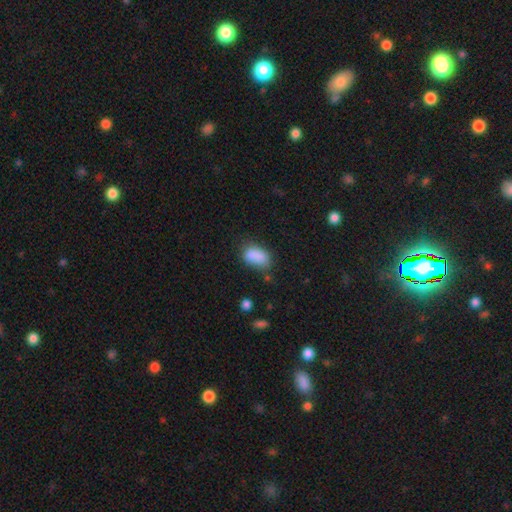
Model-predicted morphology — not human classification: A smooth galaxy with no disk features (85%) that is in between round and cigar-shaped (90%).

Vote fractions:
- Smooth or featured? smooth: 85% / star or artifact: 9% / featured or disk: 6%
- How rounded? in between: 90% / round: 7% / cigar-shaped: 2%
- Merging? none: 60% / minor disturbance: 27% / major disturbance: 8% / merger: 5%